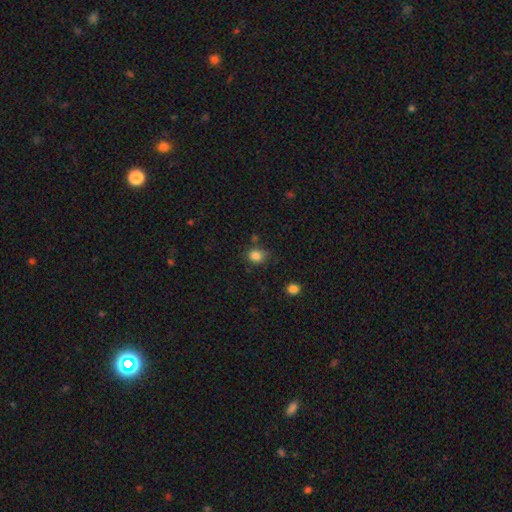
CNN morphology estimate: type=smooth (84%); roundness=round (58%); merging=none (73%).